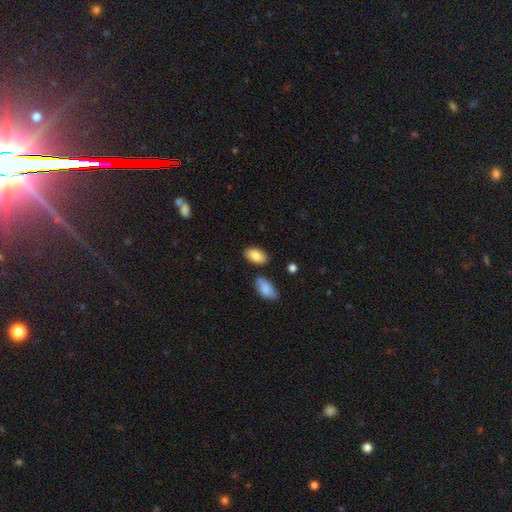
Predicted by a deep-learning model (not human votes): Overall: smooth (84%). How rounded: in between (94%). Merging: none (80%).